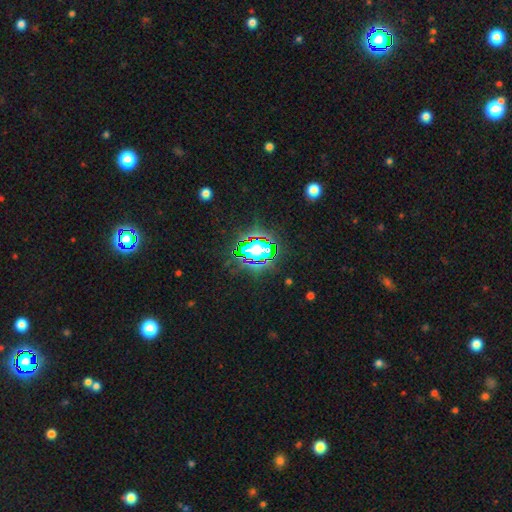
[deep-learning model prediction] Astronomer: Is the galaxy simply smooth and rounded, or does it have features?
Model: star or artifact — 73%.